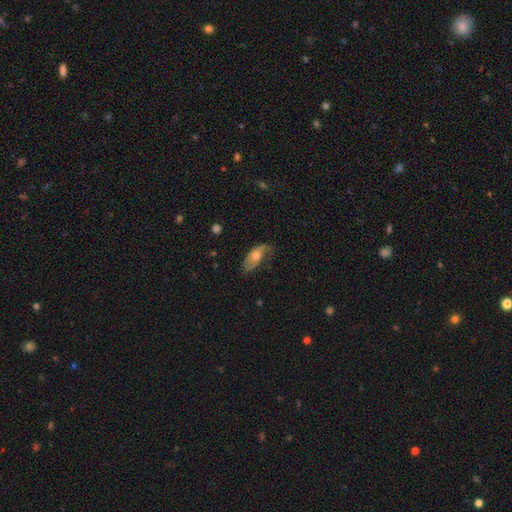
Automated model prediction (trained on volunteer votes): A smooth galaxy with no disk features (47%).

Vote fractions:
- Smooth or featured? smooth: 47% / featured or disk: 46% / star or artifact: 7%
- Merging? none: 51% / minor disturbance: 31% / major disturbance: 16% / merger: 2%